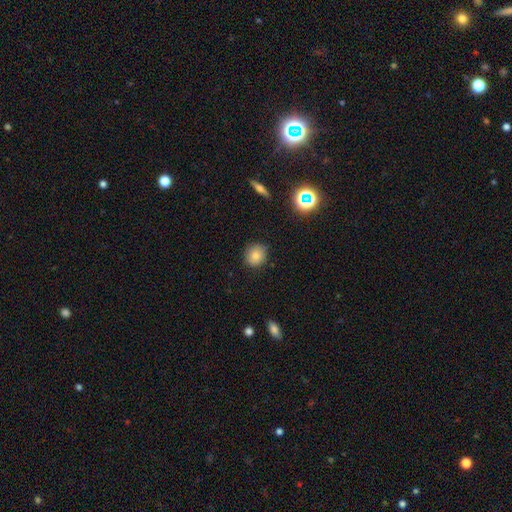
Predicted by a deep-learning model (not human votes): smooth 79%, star or artifact 13%, featured or disk 8%. Down the decision tree: how rounded — round (87%); merging — none (87%).